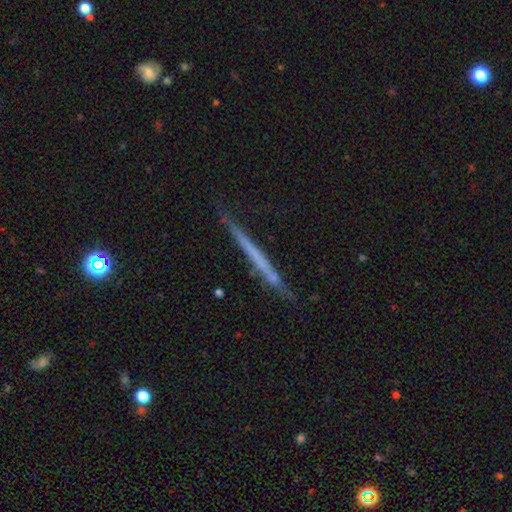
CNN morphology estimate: featured or disk 55%, smooth 38%, star or artifact 6%. Down the decision tree: edge-on disk — yes (96%); edge-on bulge — none (91%); merging — none (80%).